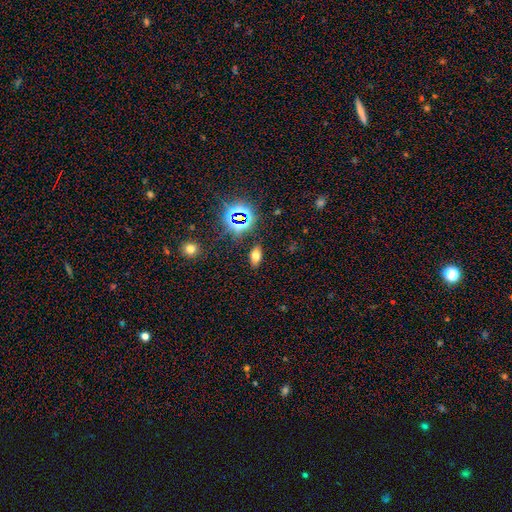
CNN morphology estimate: This is possibly a smooth galaxy (60%). How rounded: clearly in between (84%). Merging: clearly none (87%).